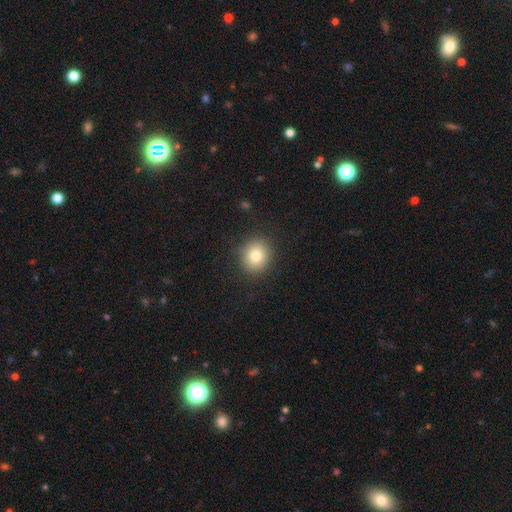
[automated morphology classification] The model was most divided on "smooth or featured": smooth: 80%, star or artifact: 11%, featured or disk: 9%. More confident: merging — none (88%); how rounded — round (85%).